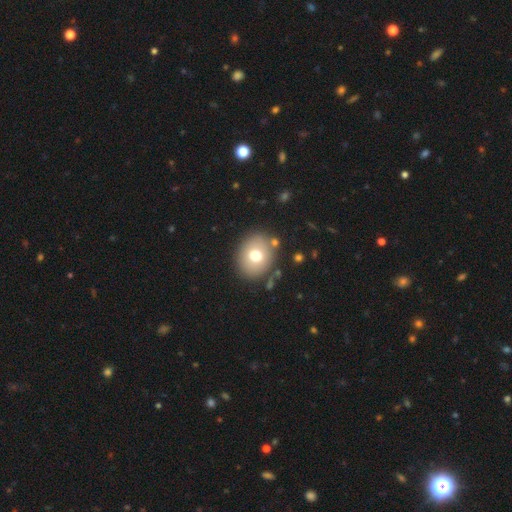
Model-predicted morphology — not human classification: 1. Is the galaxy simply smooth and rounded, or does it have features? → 71% smooth, 18% featured or disk, 11% star or artifact.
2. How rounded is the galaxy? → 63% round, 37% in between, 1% cigar-shaped.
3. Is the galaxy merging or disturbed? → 83% none, 9% minor disturbance, 4% merger, 3% major disturbance.